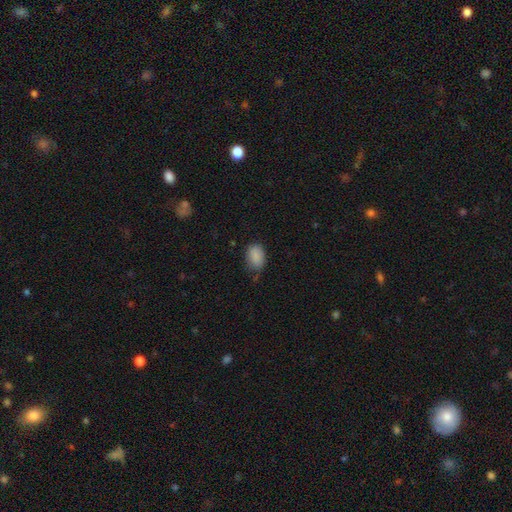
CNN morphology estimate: smooth-or-featured: smooth: 87% | star or artifact: 8% | featured or disk: 4%
  how-rounded: in between: 84% | round: 14% | cigar-shaped: 1%
  merging: none: 63% | minor disturbance: 29% | major disturbance: 6% | merger: 2%